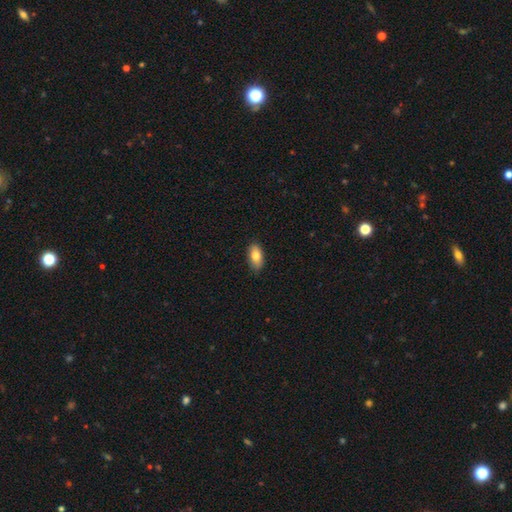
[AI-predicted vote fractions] Morphology: type=smooth (80%); roundness=in between (89%); merging=none (84%).